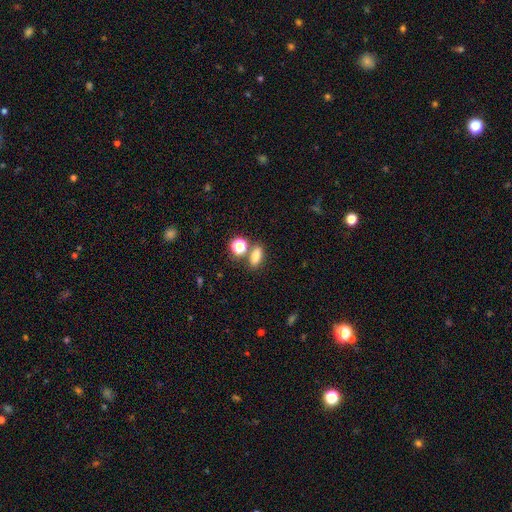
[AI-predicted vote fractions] A smooth galaxy with no disk features (79%) that is in between round and cigar-shaped (74%). Merging: none (67%).